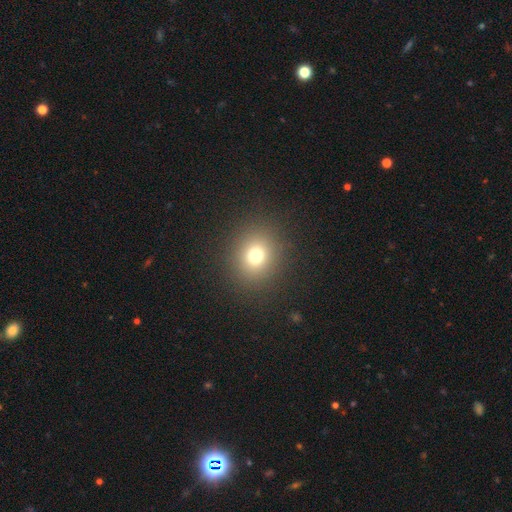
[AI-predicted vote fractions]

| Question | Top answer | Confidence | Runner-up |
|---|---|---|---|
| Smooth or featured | smooth | 74% | star or artifact (17%) |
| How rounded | round | 80% | in between (19%) |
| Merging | none | 89% | minor disturbance (6%) |